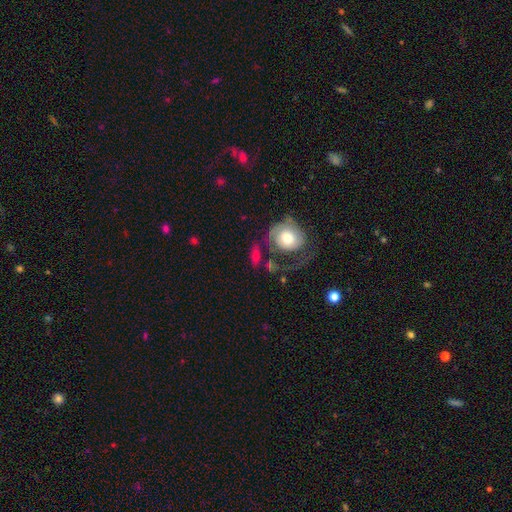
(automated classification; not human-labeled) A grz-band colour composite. It shows a smooth galaxy with no disk features (54%) that is in between round and cigar-shaped (58%). Merging: none (39%).